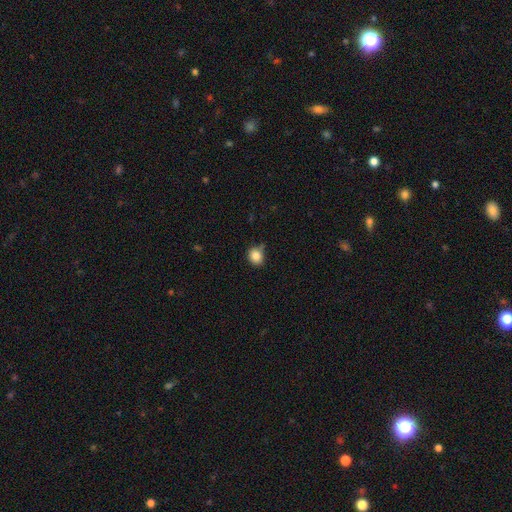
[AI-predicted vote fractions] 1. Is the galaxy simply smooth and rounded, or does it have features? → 85% smooth, 10% star or artifact, 5% featured or disk.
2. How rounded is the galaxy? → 68% round, 31% in between, 1% cigar-shaped.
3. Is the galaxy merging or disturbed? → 74% none, 18% minor disturbance, 4% merger, 4% major disturbance.